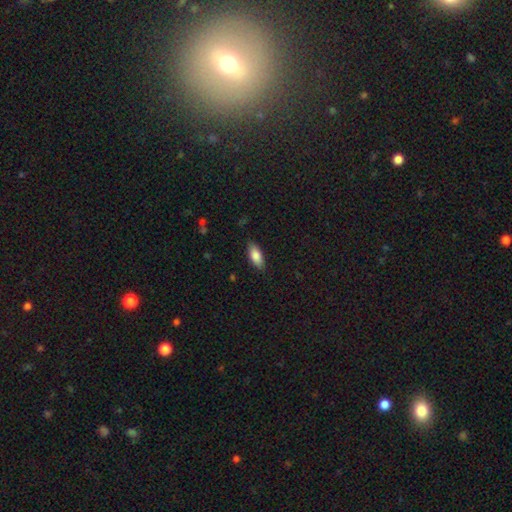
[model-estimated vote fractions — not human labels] Morphology: type=smooth (85%); roundness=in between (85%); merging=none (85%).